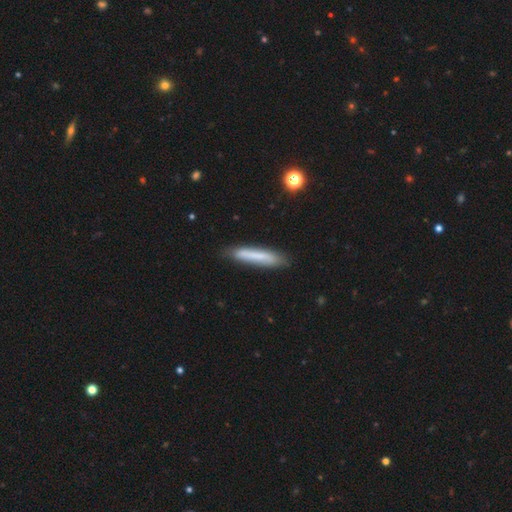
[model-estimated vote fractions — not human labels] smooth_or_featured: smooth (p=0.68) [alt: featured or disk p=0.24]
how_rounded: cigar-shaped (p=0.91) [alt: in between p=0.08]
merging: none (p=0.79) [alt: minor disturbance p=0.16]